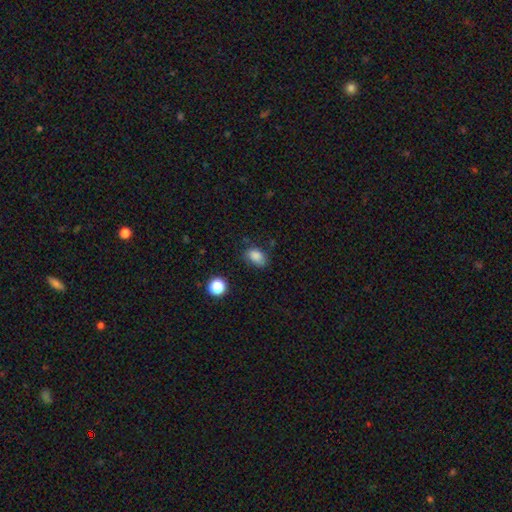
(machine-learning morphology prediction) A smooth galaxy with no disk features (82%) that is in between round and cigar-shaped (80%).

Vote fractions:
- Smooth or featured? smooth: 82% / star or artifact: 11% / featured or disk: 7%
- How rounded? in between: 80% / round: 19% / cigar-shaped: 1%
- Merging? none: 65% / minor disturbance: 26% / major disturbance: 7% / merger: 3%